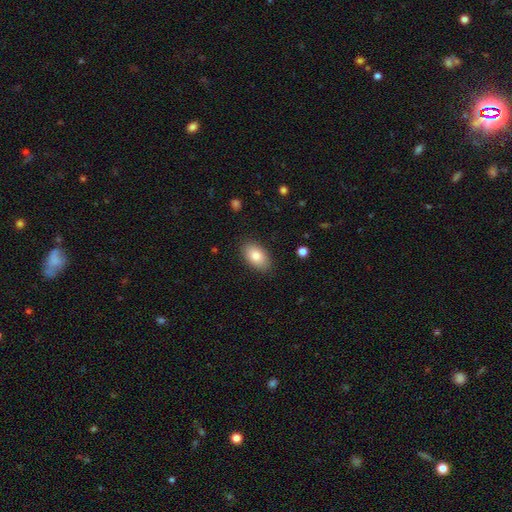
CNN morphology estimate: The model was most divided on "smooth or featured": smooth: 82%, featured or disk: 11%, star or artifact: 7%. More confident: how rounded — in between (92%); merging — none (86%).